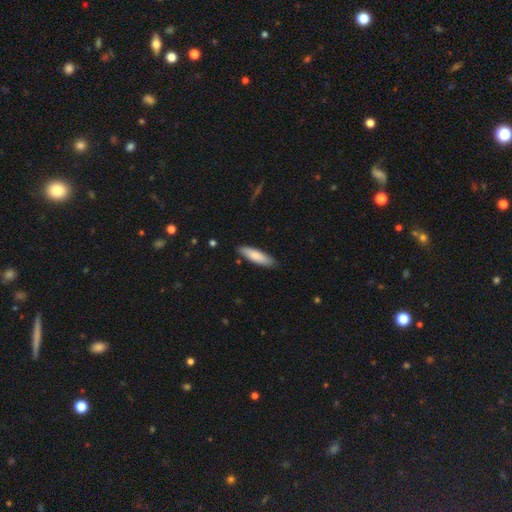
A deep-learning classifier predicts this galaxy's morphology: smooth-or-featured: smooth: 83% | featured or disk: 12% | star or artifact: 5%
  how-rounded: cigar-shaped: 61% | in between: 38% | round: 1%
  merging: none: 87% | minor disturbance: 10% | major disturbance: 2% | merger: 1%